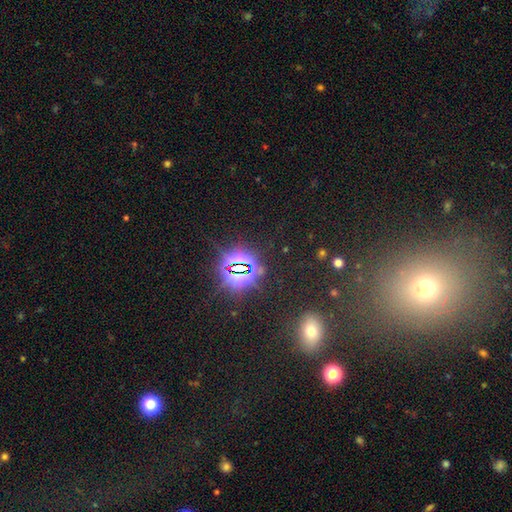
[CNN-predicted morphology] Smooth or featured? star or artifact (65%)